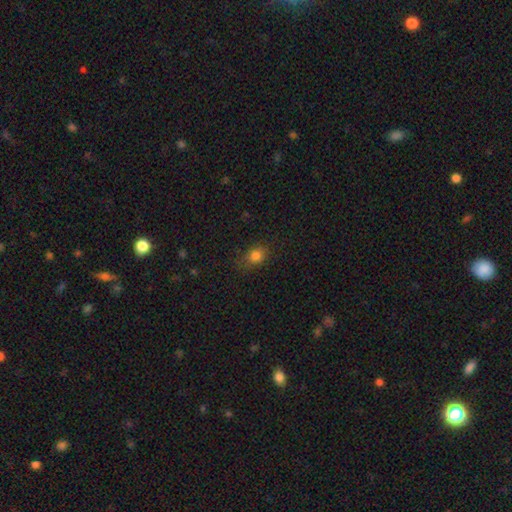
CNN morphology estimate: This appears to be a smooth galaxy with no disk features (80%) that is round (51%). Merging: none (74%).